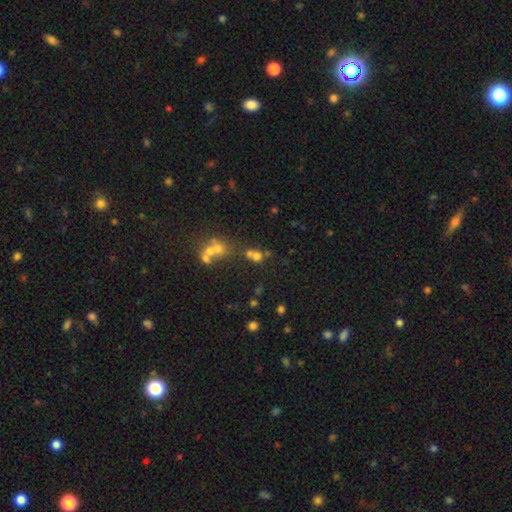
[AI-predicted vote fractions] Smooth or featured? smooth (58%)
How rounded? round (72%)
Merging? none (43%)